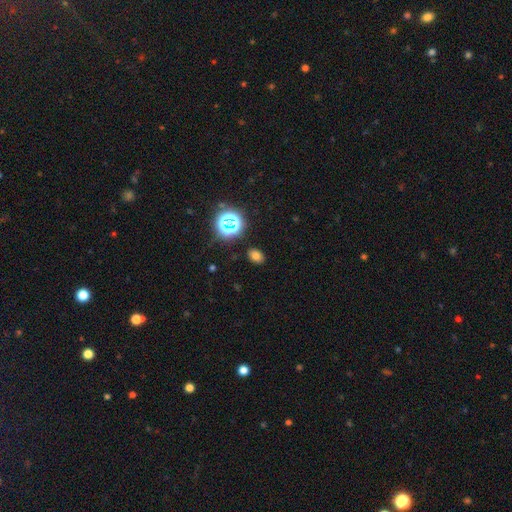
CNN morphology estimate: Smooth or featured? smooth (69%)
How rounded? in between (72%)
Merging? none (86%)